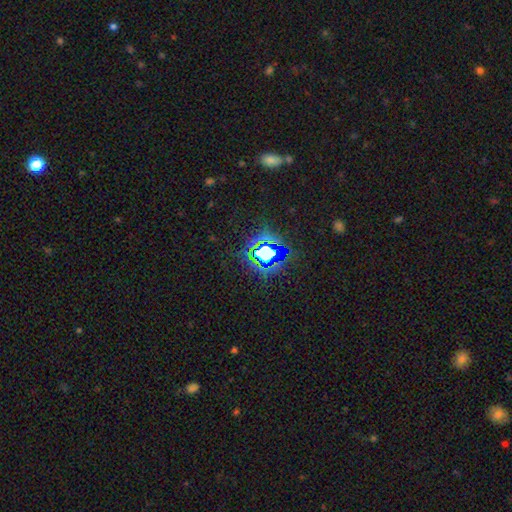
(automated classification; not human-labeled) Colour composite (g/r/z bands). It shows a star or artifact, not a galaxy (79%).